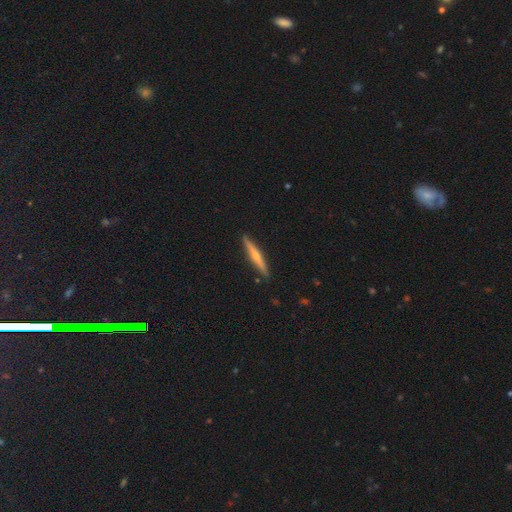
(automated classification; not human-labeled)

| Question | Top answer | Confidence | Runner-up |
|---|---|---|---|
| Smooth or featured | featured or disk | 55% | smooth (40%) |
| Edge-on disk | yes | 97% | no (3%) |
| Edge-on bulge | rounded | 72% | none (22%) |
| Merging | none | 91% | minor disturbance (7%) |